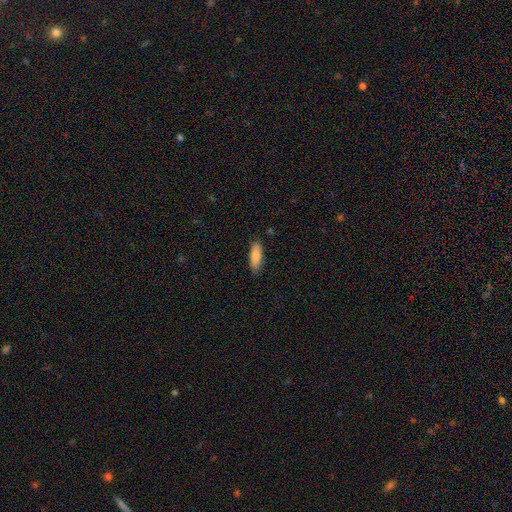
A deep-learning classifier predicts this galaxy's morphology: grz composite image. It shows a smooth galaxy with no disk features (87%) that is in between round and cigar-shaped (59%). Merging: none (87%).